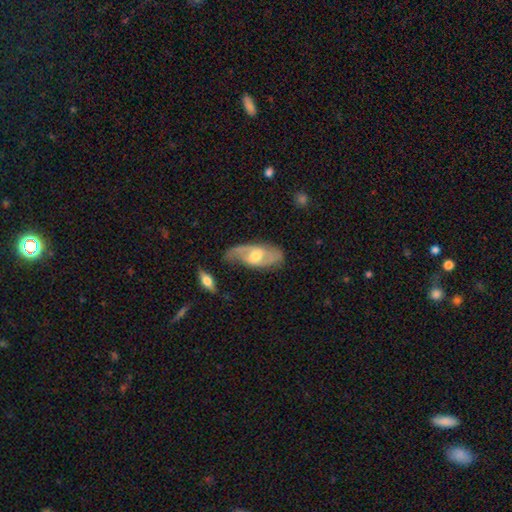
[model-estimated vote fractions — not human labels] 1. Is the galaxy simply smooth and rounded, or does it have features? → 66% featured or disk, 29% smooth, 5% star or artifact.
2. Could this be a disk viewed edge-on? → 86% no, 14% yes.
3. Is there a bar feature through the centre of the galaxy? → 45% no, 43% weak, 12% strong.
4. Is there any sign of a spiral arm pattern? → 76% yes, 24% no.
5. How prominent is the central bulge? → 68% moderate, 20% small, 10% large, 1% none, 1% dominant.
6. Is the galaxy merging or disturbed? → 60% none, 25% minor disturbance, 11% major disturbance, 4% merger.